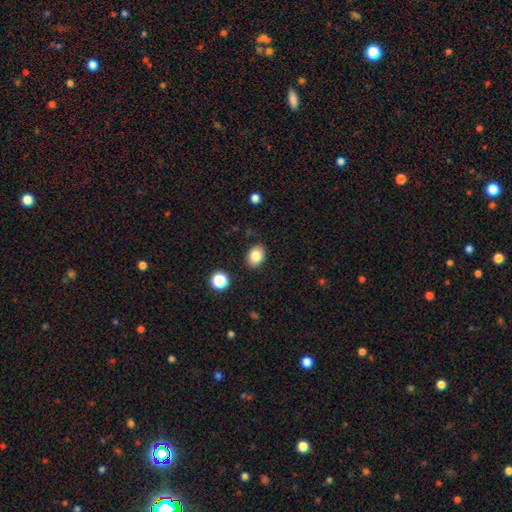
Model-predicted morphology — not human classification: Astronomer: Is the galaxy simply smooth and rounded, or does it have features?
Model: smooth — 83%.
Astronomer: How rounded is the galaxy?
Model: in between — 70%.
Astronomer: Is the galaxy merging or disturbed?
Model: none — 86%.